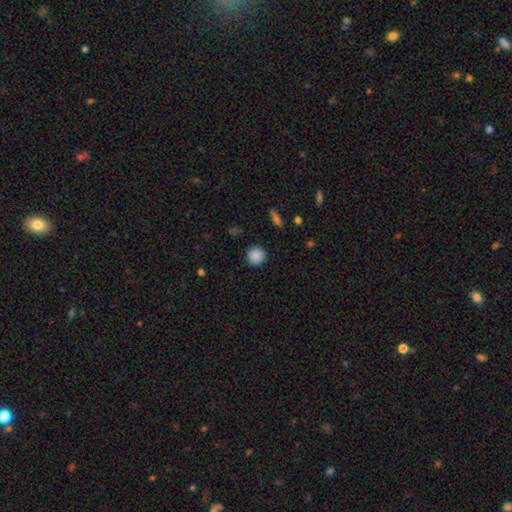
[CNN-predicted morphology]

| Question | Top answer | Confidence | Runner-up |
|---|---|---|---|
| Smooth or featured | smooth | 88% | star or artifact (9%) |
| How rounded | round | 94% | in between (5%) |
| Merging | none | 91% | minor disturbance (6%) |